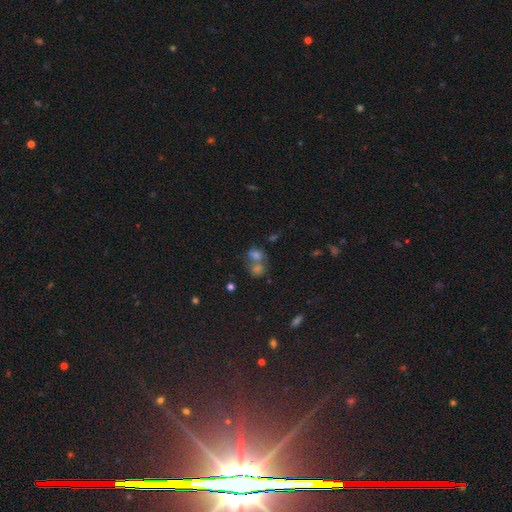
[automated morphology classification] Q: Smooth or featured?
A: smooth (58%); runner-up: star or artifact (27%)
Q: How rounded?
A: round (55%); runner-up: in between (43%)
Q: Merging?
A: merger (54%); runner-up: none (33%)